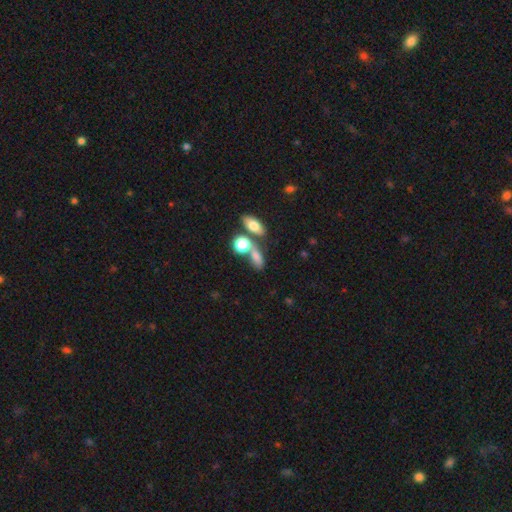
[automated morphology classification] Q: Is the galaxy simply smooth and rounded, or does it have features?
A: smooth — 74%.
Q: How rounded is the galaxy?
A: in between — 64%.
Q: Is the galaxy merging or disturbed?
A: none — 46%.